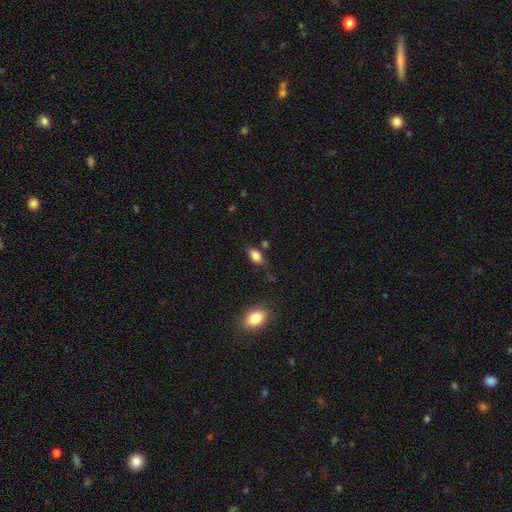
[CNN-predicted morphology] The model was most divided on "merging": none: 75%, minor disturbance: 17%, merger: 4%, major disturbance: 4%. More confident: how rounded — in between (89%); smooth or featured — smooth (83%).